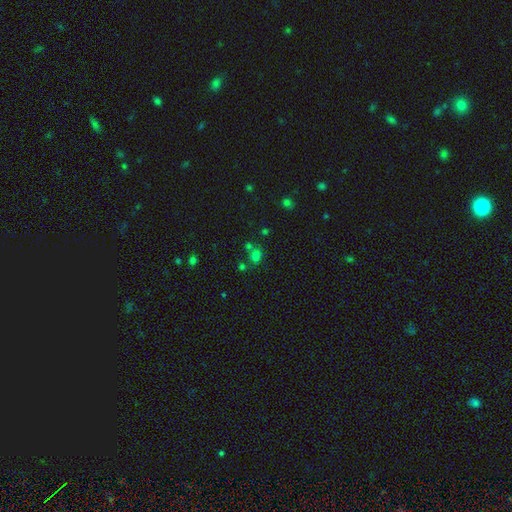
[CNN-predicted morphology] This is possibly a smooth galaxy (55%). How rounded: possibly in between (50%). Merging: possibly none (49%).